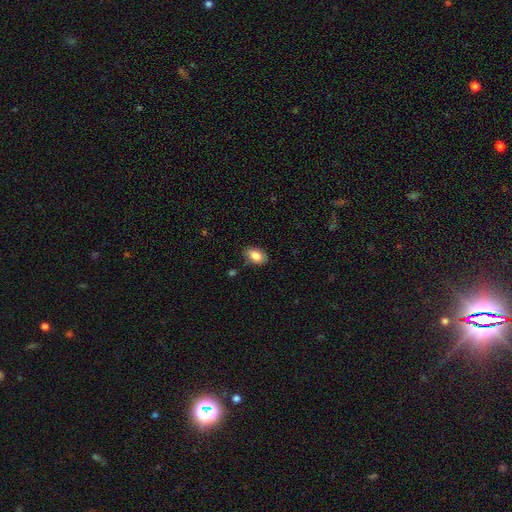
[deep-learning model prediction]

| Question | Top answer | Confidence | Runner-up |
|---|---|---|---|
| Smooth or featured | smooth | 83% | featured or disk (9%) |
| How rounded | in between | 89% | round (10%) |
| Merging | none | 82% | minor disturbance (13%) |